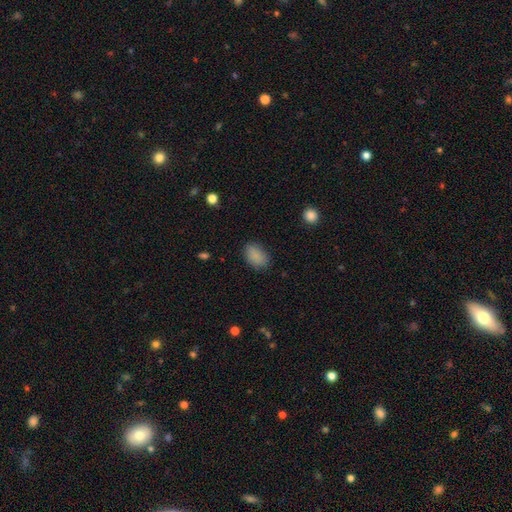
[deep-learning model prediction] Smooth or featured: smooth — 87% (star or artifact — 8%)
How rounded: in between — 88% (round — 11%)
Merging: none — 82% (minor disturbance — 14%)